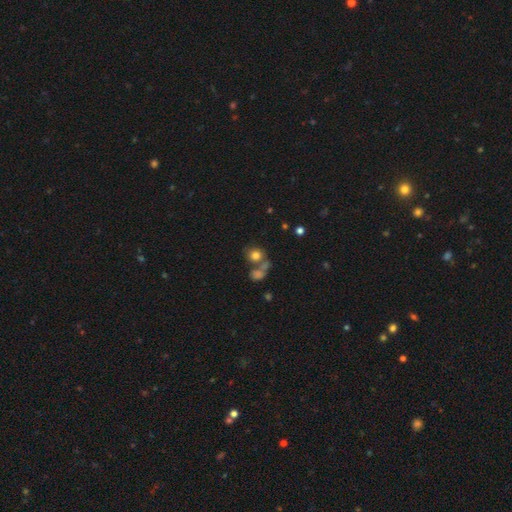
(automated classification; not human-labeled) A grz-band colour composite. It shows a smooth galaxy with no disk features (75%) that is round (76%). Merging: none (44%).